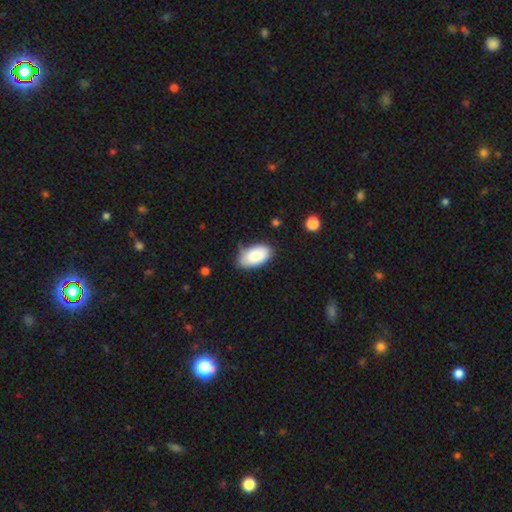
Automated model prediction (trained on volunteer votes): This appears to be a smooth galaxy with no disk features (87%) that is in between round and cigar-shaped (95%). Merging: none (70%).